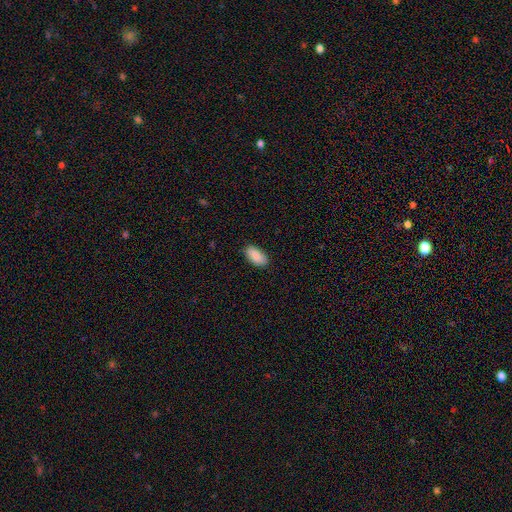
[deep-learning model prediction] Smooth or featured: smooth — 88% (star or artifact — 6%)
How rounded: in between — 94% (cigar-shaped — 3%)
Merging: none — 87% (minor disturbance — 10%)